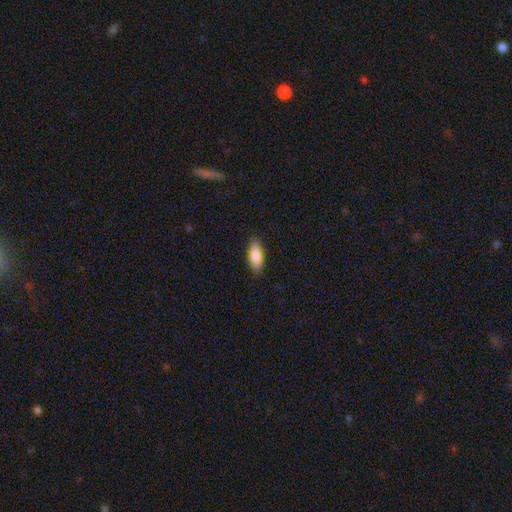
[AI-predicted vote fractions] The model was most divided on "how rounded": in between: 80%, cigar-shaped: 18%, round: 2%. More confident: merging — none (85%); smooth or featured — smooth (85%).